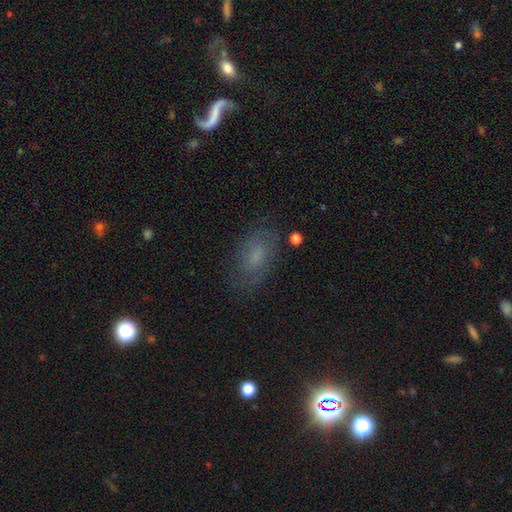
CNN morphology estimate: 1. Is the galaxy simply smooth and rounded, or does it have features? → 48% smooth, 34% featured or disk, 18% star or artifact.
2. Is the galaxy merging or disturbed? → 72% none, 17% minor disturbance, 9% major disturbance, 2% merger.